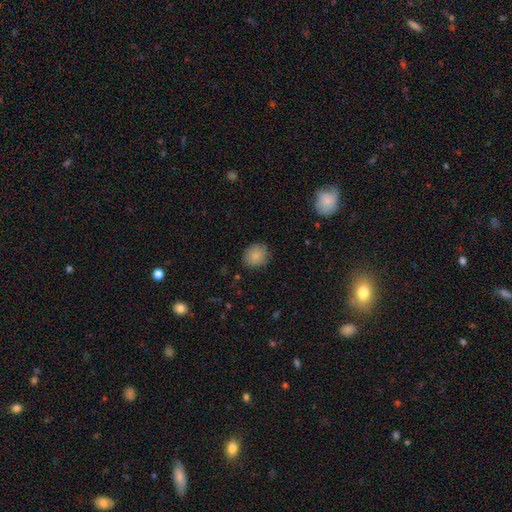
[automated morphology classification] type=smooth (84%); roundness=round (66%); merging=none (81%).